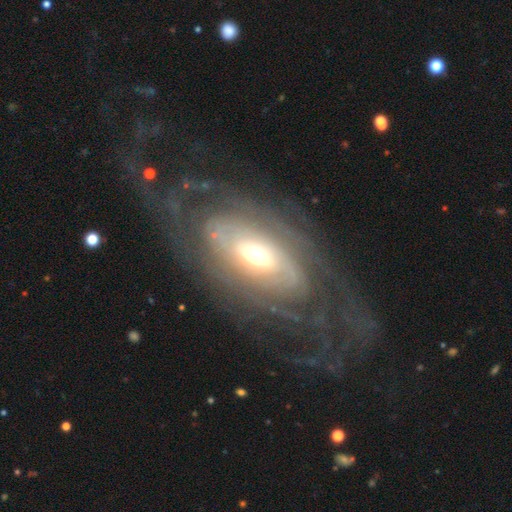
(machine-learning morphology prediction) Smooth or featured? Predicted: featured or disk (p=0.83). Edge-on disk? Predicted: no (p=0.91). Bar? Predicted: no (p=0.58). Spiral arms? Predicted: yes (p=0.81). Spiral winding? Predicted: tight (p=0.65). Spiral arm count? Predicted: can't tell (p=0.49). Bulge size? Predicted: moderate (p=0.64). Merging? Predicted: none (p=0.66).